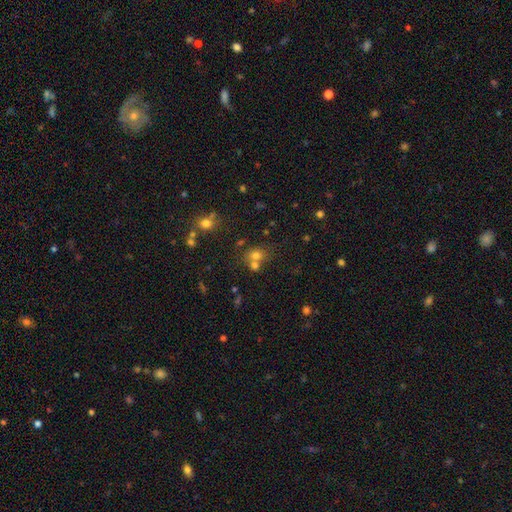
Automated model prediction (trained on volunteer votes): A smooth galaxy with no disk features (66%) that is round (59%). Merging: none (45%).